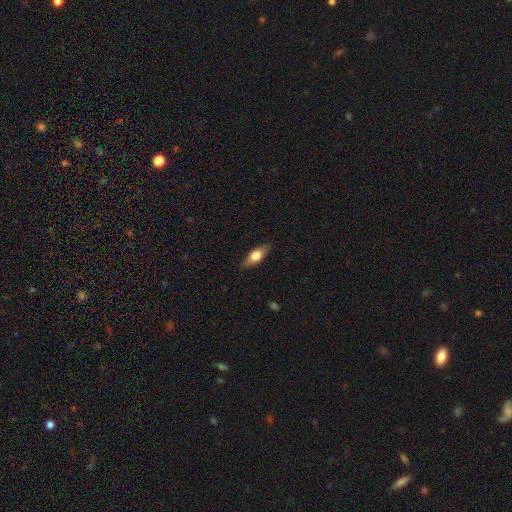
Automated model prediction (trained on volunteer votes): Morphology: type=smooth (58%); roundness=in between (67%); merging=none (87%).